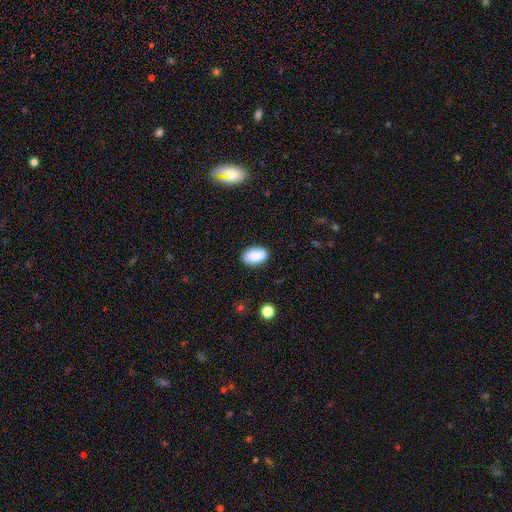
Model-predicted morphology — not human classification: type=smooth (88%); roundness=in between (93%); merging=none (84%).